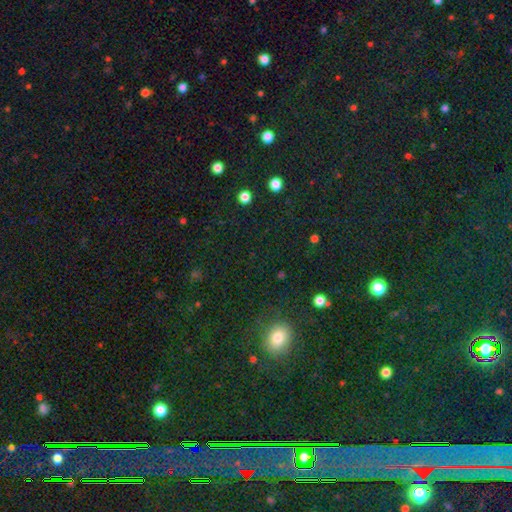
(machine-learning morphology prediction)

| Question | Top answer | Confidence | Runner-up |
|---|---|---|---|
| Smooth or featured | star or artifact | 53% | smooth (40%) |